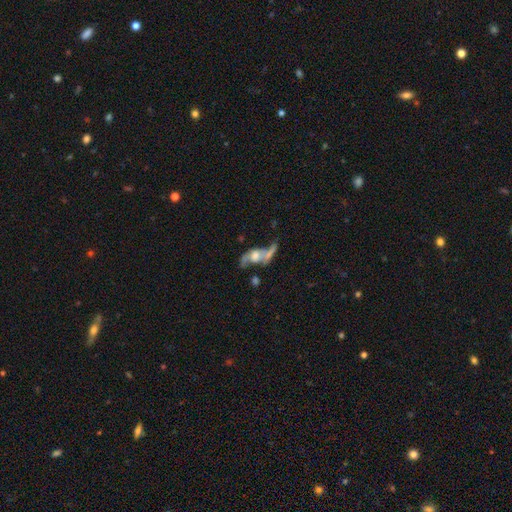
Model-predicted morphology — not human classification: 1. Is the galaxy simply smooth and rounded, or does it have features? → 71% featured or disk, 20% smooth, 9% star or artifact.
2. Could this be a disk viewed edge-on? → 87% no, 13% yes.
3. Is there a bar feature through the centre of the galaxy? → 64% no, 26% weak, 9% strong.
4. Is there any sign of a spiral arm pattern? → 73% yes, 27% no.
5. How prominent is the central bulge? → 39% moderate, 27% large, 16% small, 14% none, 4% dominant.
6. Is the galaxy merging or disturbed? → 34% merger, 29% none, 23% major disturbance, 14% minor disturbance.